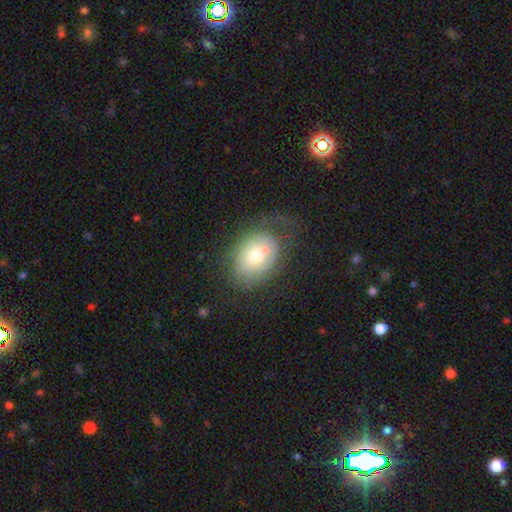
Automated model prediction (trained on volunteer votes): smooth-or-featured: smooth: 52% | featured or disk: 40% | star or artifact: 9%
  how-rounded: in between: 69% | round: 30% | cigar-shaped: 1%
  merging: none: 37% | minor disturbance: 23% | merger: 20% | major disturbance: 20%